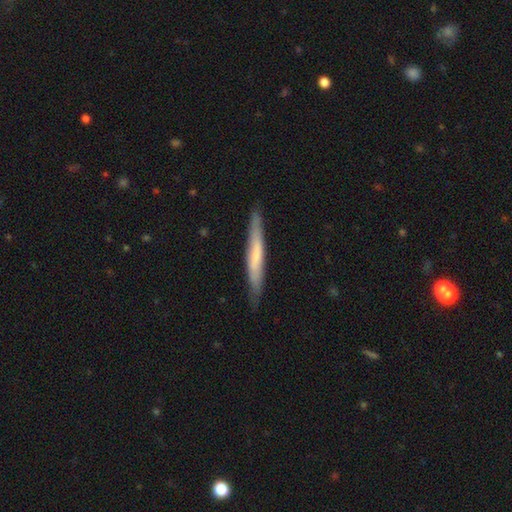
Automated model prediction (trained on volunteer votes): Overall: smooth (54%; featured or disk 41%). How rounded: cigar-shaped (95%). Merging: none (85%).